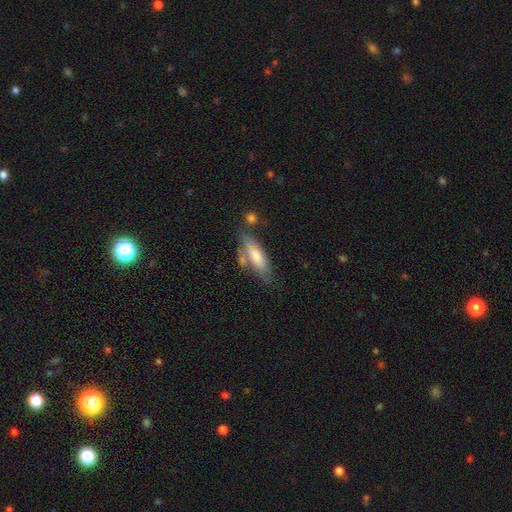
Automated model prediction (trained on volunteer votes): smooth_or_featured: smooth (p=0.63) [alt: featured or disk p=0.31]
how_rounded: in between (p=0.60) [alt: cigar-shaped p=0.38]
merging: none (p=0.50) [alt: minor disturbance p=0.25]